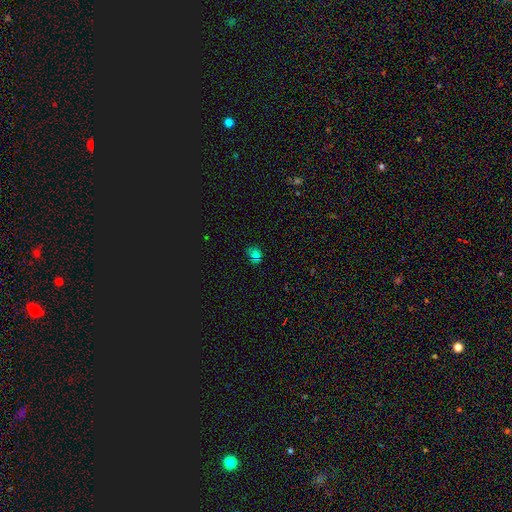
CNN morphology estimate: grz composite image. It shows a smooth galaxy with no disk features (66%) that is round (55%). Merging: none (62%).